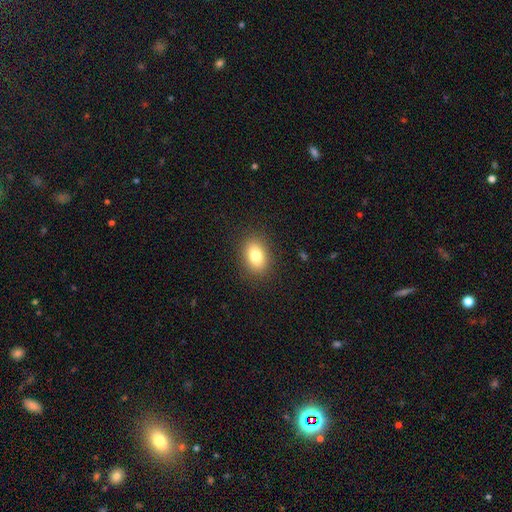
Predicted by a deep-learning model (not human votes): Smooth or featured?
  - smooth: 81% *
  - star or artifact: 10%
  - featured or disk: 9%
How rounded?
  - in between: 78% *
  - round: 21%
  - cigar-shaped: 1%
Merging?
  - none: 87% *
  - minor disturbance: 9%
  - major disturbance: 3%
  - merger: 1%